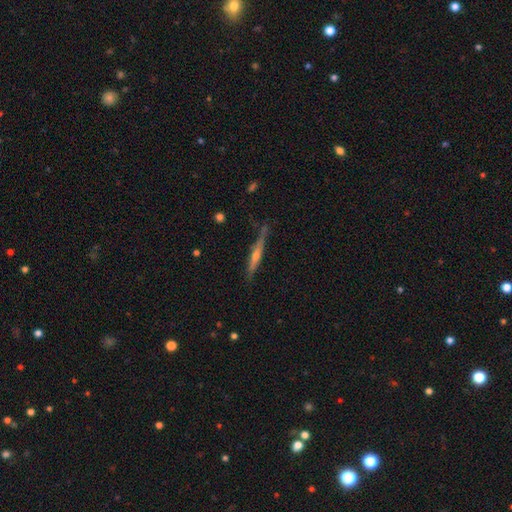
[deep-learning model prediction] This is likely a featured or disk galaxy (68%). It is clearly viewed edge-on (96%). Edge-on bulge: likely rounded (76%). Merging: likely none (76%).